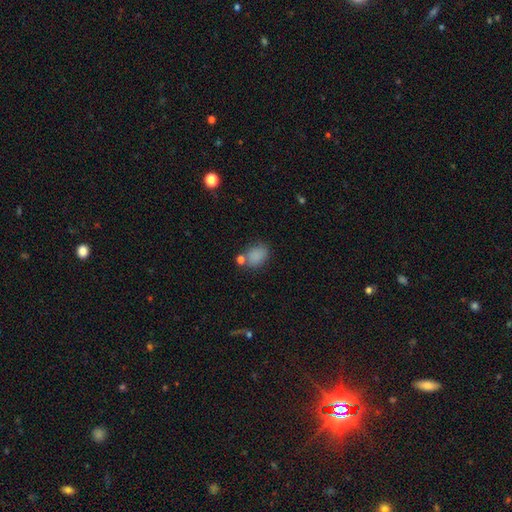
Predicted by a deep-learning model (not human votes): Smooth or featured? Predicted: smooth (p=0.83). How rounded? Predicted: in between (p=0.68). Merging? Predicted: none (p=0.63).